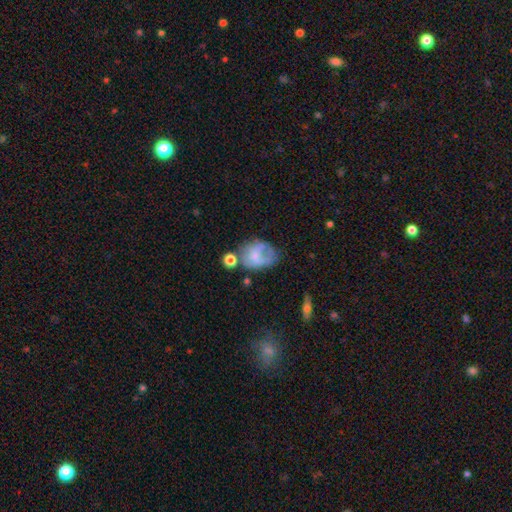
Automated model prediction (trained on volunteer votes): Smooth or featured? Predicted: smooth (p=0.50). How rounded? Predicted: in between (p=0.66). Merging? Predicted: none (p=0.33).